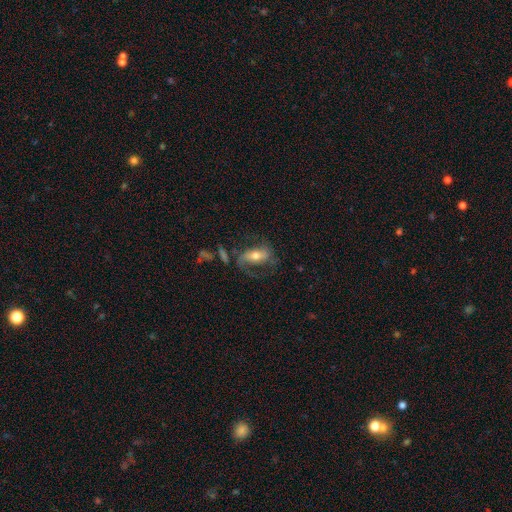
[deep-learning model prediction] smooth-or-featured: featured or disk: 63% | smooth: 29% | star or artifact: 8%
  disk-edge-on: no: 91% | yes: 9%
    bar: strong: 39% | weak: 32% | no: 29%
    has-spiral-arms: yes: 82% | no: 18%
    bulge-size: moderate: 63% | small: 26% | large: 9% | none: 2% | dominant: 1%
  merging: none: 51% | major disturbance: 26% | minor disturbance: 19% | merger: 5%